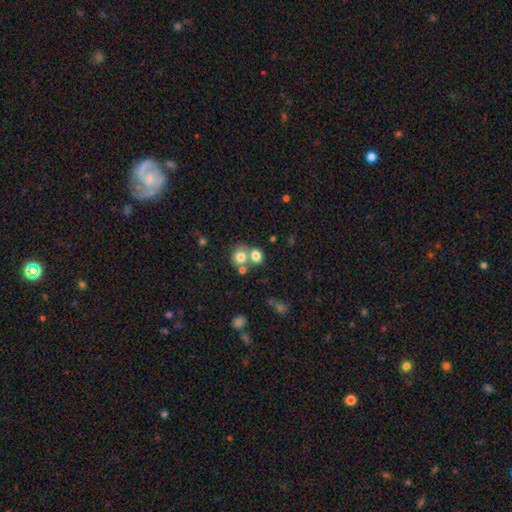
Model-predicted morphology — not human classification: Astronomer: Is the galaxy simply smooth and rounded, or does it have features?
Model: smooth — 76%.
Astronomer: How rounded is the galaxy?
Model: round — 59% (runner-up: in between, 39%).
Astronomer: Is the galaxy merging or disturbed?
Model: merger — 49% (runner-up: none, 39%).